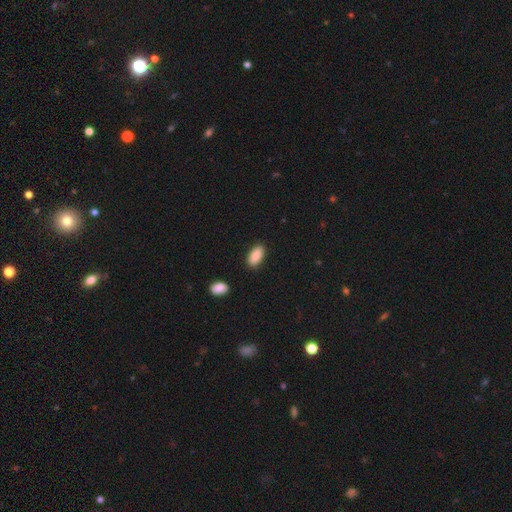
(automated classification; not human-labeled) smooth 88%, star or artifact 7%, featured or disk 5%. Down the decision tree: how rounded — in between (93%); merging — none (87%).